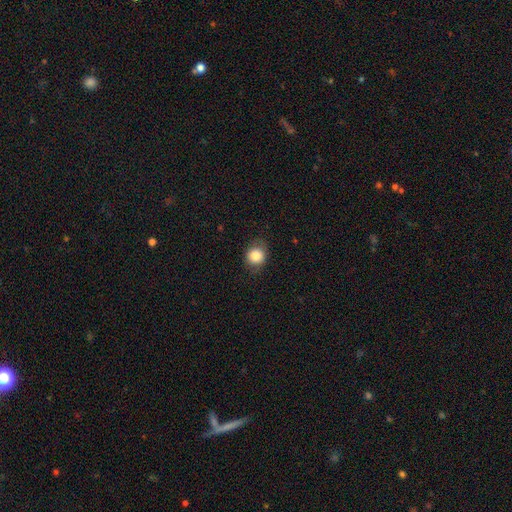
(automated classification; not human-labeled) This is clearly a smooth galaxy (84%). How rounded: likely round (73%). Merging: likely none (80%).